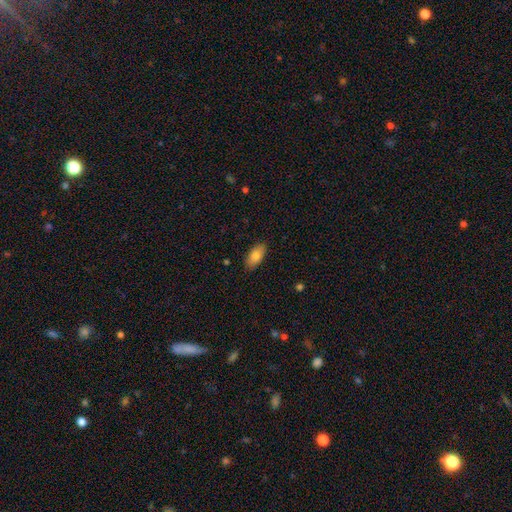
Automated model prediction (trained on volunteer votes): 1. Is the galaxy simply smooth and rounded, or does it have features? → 81% smooth, 13% featured or disk, 7% star or artifact.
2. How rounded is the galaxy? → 91% in between, 6% cigar-shaped, 3% round.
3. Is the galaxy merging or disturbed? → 88% none, 9% minor disturbance, 2% major disturbance, 1% merger.